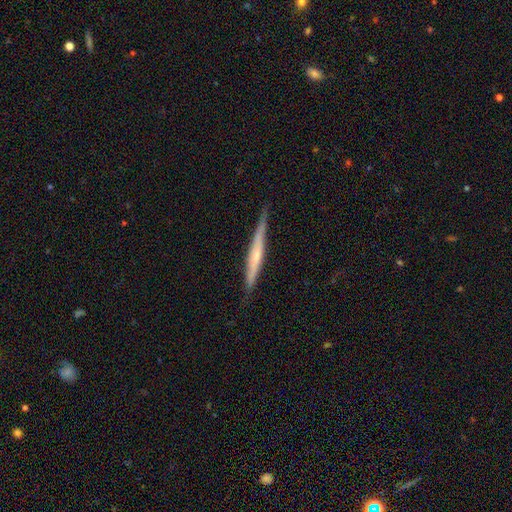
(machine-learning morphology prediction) type=featured or disk (61%); edge-on=yes (97%); edge-on bulge=none (46%); merging=none (85%).